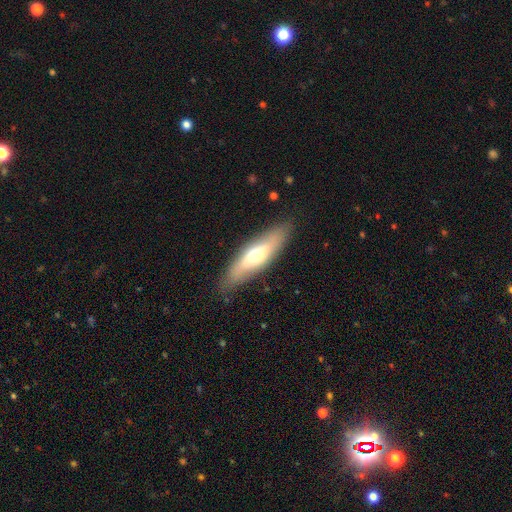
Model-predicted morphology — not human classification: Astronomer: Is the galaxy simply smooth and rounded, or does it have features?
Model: smooth — 51% (runner-up: featured or disk, 43%).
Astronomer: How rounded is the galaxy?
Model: cigar-shaped — 51% (runner-up: in between, 47%).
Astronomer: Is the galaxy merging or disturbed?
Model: none — 86%.